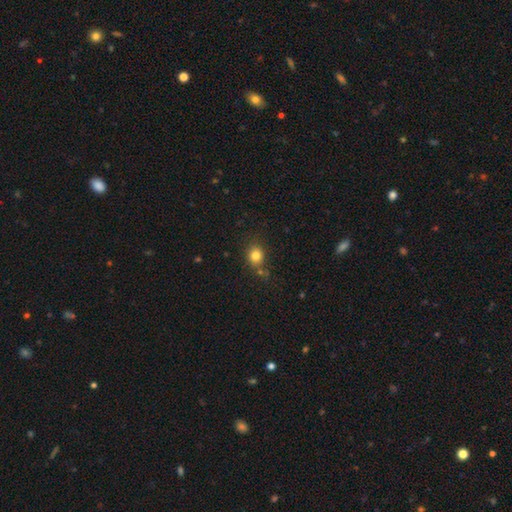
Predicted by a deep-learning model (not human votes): Smooth or featured? smooth (81%)
How rounded? round (77%)
Merging? none (74%)